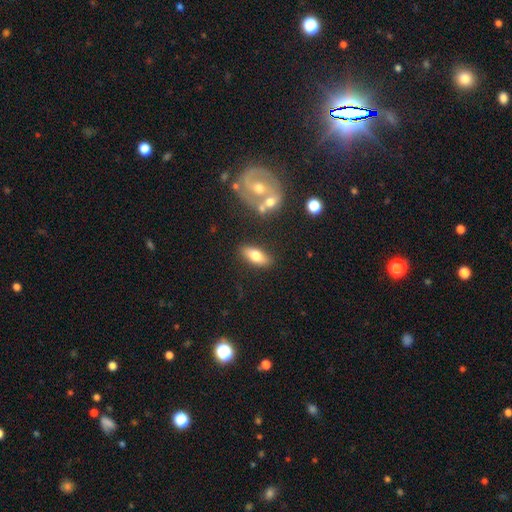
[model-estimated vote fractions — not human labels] smooth 71%, featured or disk 22%, star or artifact 7%. Down the decision tree: how rounded — in between (78%); merging — none (82%).